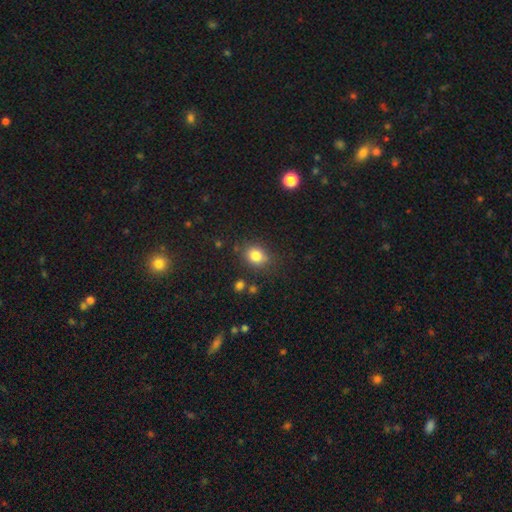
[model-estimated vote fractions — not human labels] This appears to be a smooth galaxy with no disk features (83%) that is round (56%). Merging: none (78%).